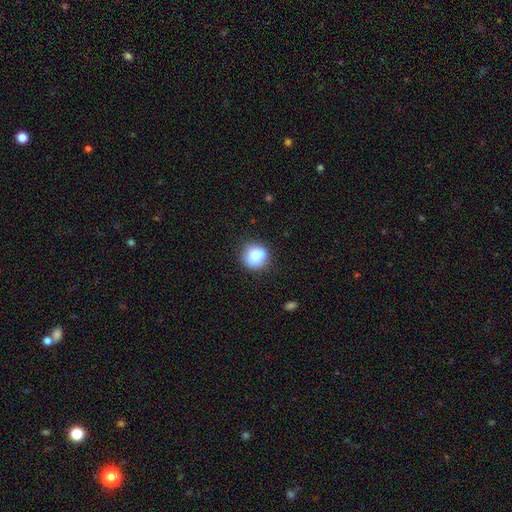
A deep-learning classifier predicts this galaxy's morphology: The model was most divided on "merging": none: 79%, minor disturbance: 15%, major disturbance: 4%, merger: 2%. More confident: how rounded — round (89%); smooth or featured — smooth (84%).